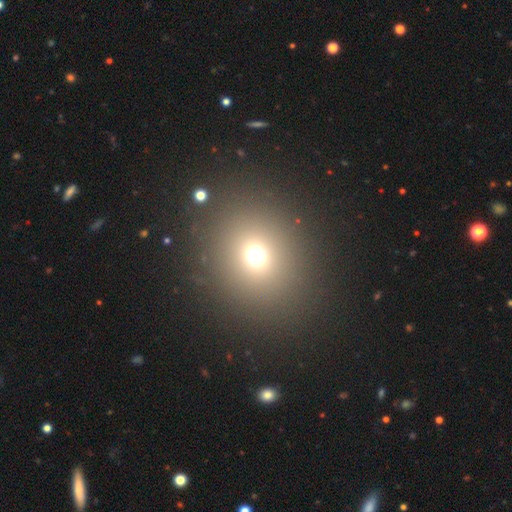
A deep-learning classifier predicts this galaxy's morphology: This appears to be a smooth galaxy with no disk features (67%) that is round (82%). Merging: none (84%).